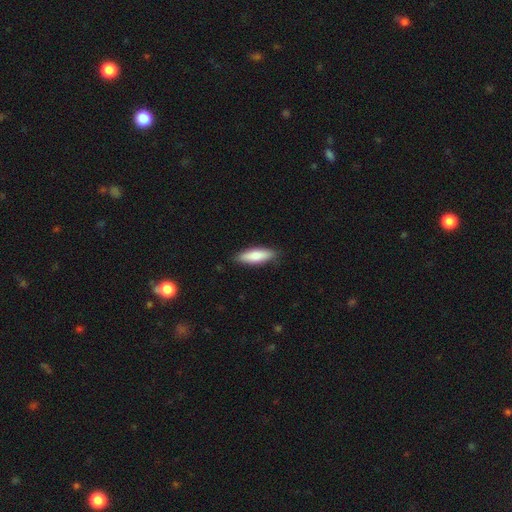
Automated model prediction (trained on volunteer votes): This is likely a smooth galaxy (77%). How rounded: possibly in between (51%). Merging: clearly none (86%).